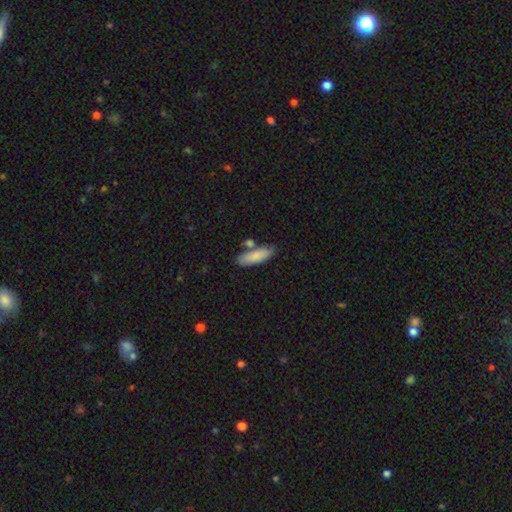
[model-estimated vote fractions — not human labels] smooth 83%, featured or disk 11%, star or artifact 6%. Down the decision tree: how rounded — in between (57%); merging — none (69%).